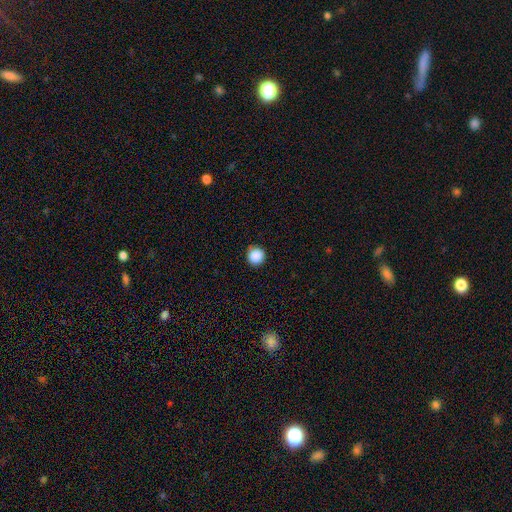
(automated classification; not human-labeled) smooth 88%, star or artifact 9%, featured or disk 3%. Down the decision tree: how rounded — round (95%); merging — none (90%).